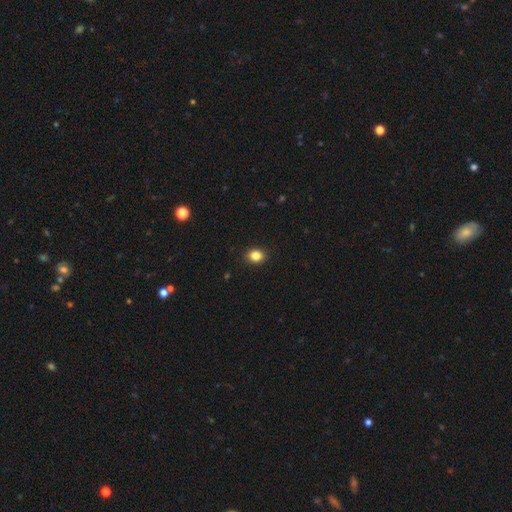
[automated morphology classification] smooth_or_featured: smooth (p=0.85) [alt: star or artifact p=0.11]
how_rounded: round (p=0.56) [alt: in between p=0.44]
merging: none (p=0.90) [alt: minor disturbance p=0.07]